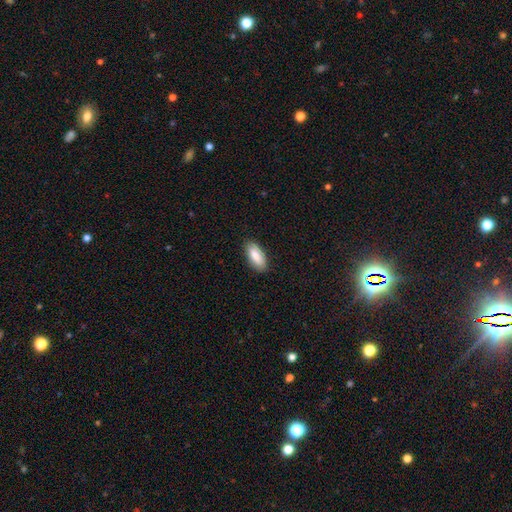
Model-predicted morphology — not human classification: Q: Smooth or featured?
A: smooth (87%); runner-up: featured or disk (7%)
Q: How rounded?
A: in between (86%); runner-up: cigar-shaped (12%)
Q: Merging?
A: none (87%); runner-up: minor disturbance (10%)